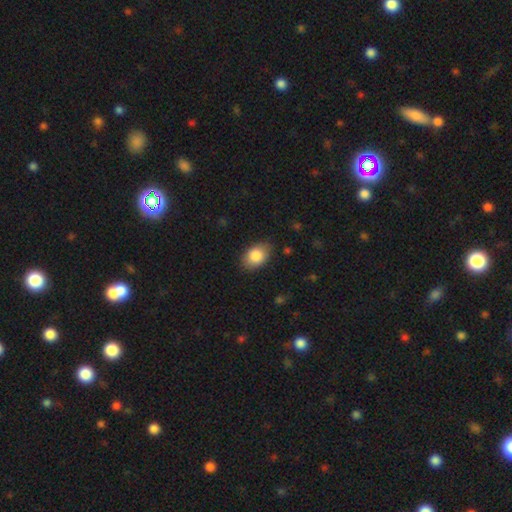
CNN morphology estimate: A smooth galaxy with no disk features (86%) that is in between round and cigar-shaped (84%). Merging: none (82%).